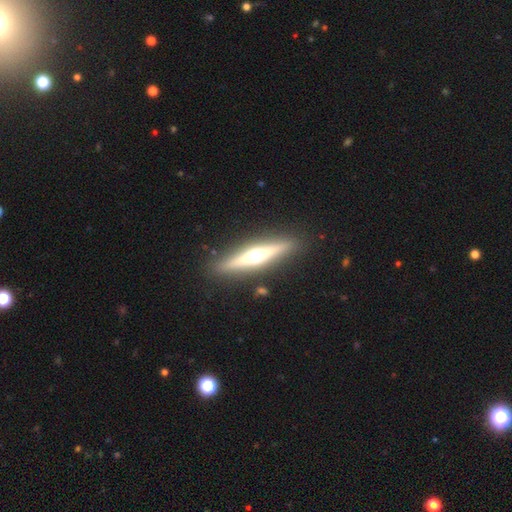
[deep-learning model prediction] Smooth or featured? Predicted: featured or disk (p=0.69). Edge-on disk? Predicted: yes (p=0.96). Edge-on bulge? Predicted: rounded (p=0.94). Merging? Predicted: none (p=0.89).